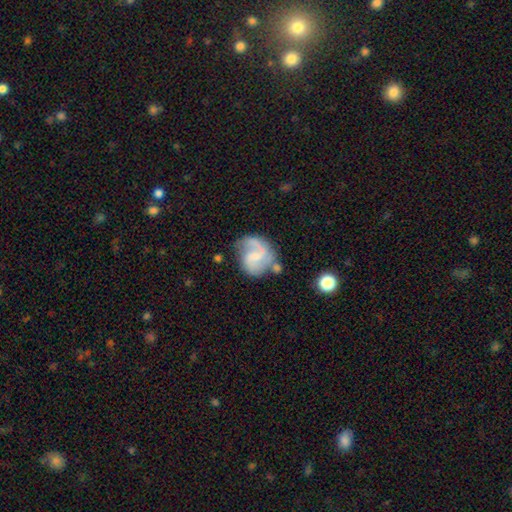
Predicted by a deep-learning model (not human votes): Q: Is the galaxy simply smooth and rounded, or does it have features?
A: featured or disk — 76%.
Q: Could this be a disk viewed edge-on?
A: no — 98%.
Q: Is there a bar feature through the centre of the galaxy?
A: weak — 52%.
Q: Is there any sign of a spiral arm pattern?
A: yes — 93%.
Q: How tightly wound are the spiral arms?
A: medium — 49%.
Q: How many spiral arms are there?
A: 2 — 77%.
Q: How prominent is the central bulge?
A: small — 40%.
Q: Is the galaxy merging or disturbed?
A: none — 57%.